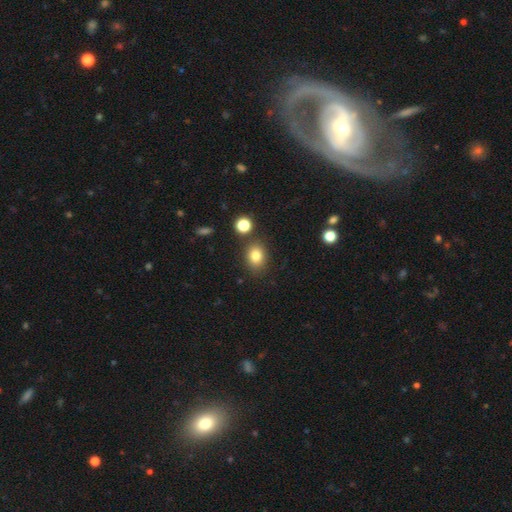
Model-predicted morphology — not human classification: Smooth or featured?
  - smooth: 81% *
  - star or artifact: 12%
  - featured or disk: 7%
How rounded?
  - in between: 50% *
  - round: 49%
  - cigar-shaped: 1%
Merging?
  - none: 80% *
  - minor disturbance: 11%
  - merger: 6%
  - major disturbance: 3%